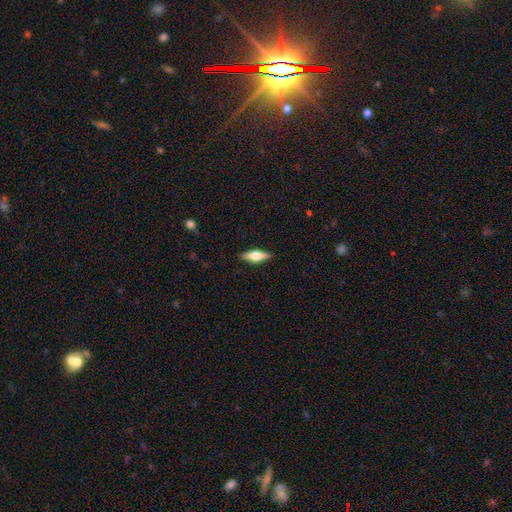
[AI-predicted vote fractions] smooth_or_featured: featured or disk (p=0.48) [alt: smooth p=0.46]
merging: none (p=0.89) [alt: minor disturbance p=0.08]